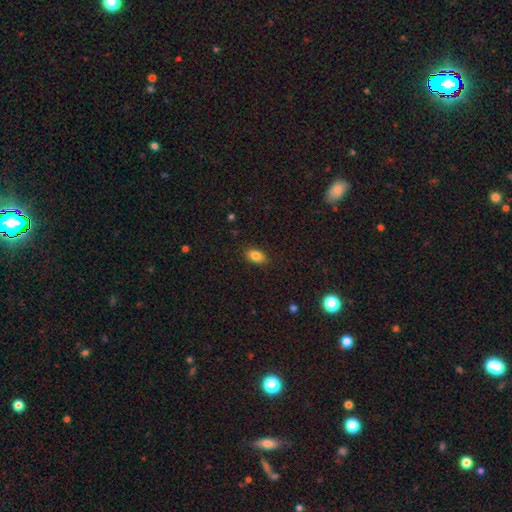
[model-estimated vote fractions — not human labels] A smooth galaxy with no disk features (85%) that is in between round and cigar-shaped (90%).

Vote fractions:
- Smooth or featured? smooth: 85% / star or artifact: 9% / featured or disk: 6%
- How rounded? in between: 90% / round: 7% / cigar-shaped: 3%
- Merging? none: 88% / minor disturbance: 9% / major disturbance: 2% / merger: 1%